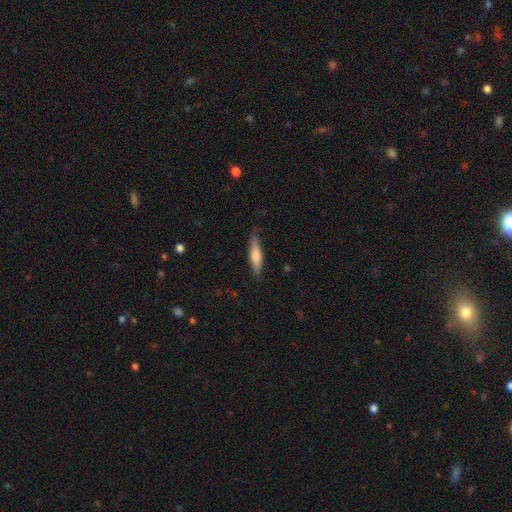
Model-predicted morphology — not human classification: type=smooth (70%); roundness=cigar-shaped (77%); merging=none (81%).